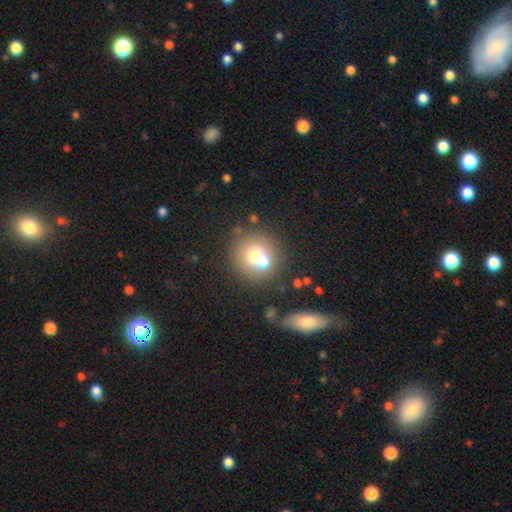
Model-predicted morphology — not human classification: Smooth or featured: smooth — 65% (featured or disk — 23%)
How rounded: round — 91% (in between — 8%)
Merging: none — 48% (merger — 41%)